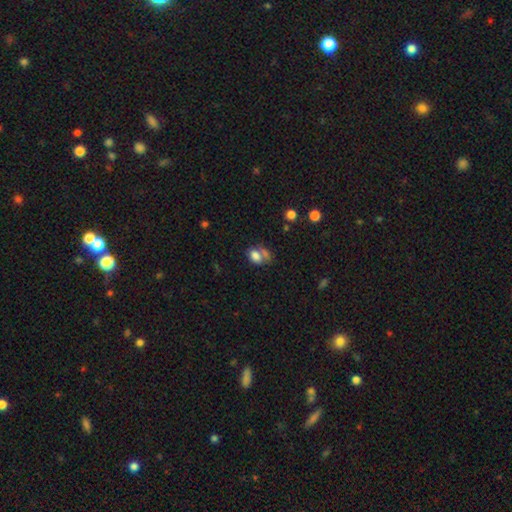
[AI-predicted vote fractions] Smooth or featured?
  - smooth: 74% *
  - featured or disk: 14%
  - star or artifact: 12%
How rounded?
  - in between: 77% *
  - round: 21%
  - cigar-shaped: 2%
Merging?
  - merger: 38% *
  - none: 35%
  - minor disturbance: 15%
  - major disturbance: 12%